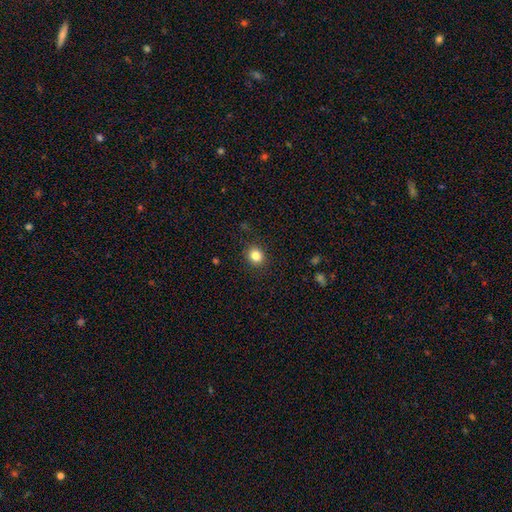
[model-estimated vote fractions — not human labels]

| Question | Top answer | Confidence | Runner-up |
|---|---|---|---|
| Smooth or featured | smooth | 84% | star or artifact (11%) |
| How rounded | round | 75% | in between (24%) |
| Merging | none | 90% | minor disturbance (7%) |